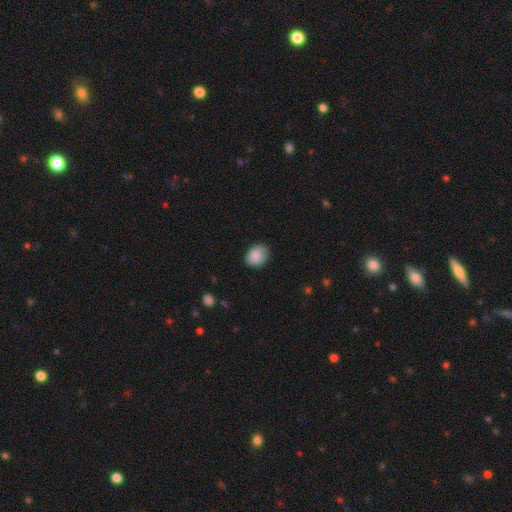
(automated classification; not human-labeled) The model was most divided on "how rounded": in between: 53%, round: 46%, cigar-shaped: 1%. More confident: smooth or featured — smooth (86%); merging — none (79%).